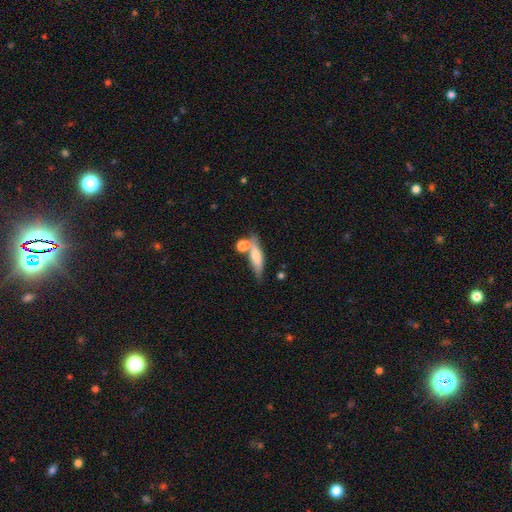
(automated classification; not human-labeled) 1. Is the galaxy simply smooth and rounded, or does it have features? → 65% smooth, 28% featured or disk, 7% star or artifact.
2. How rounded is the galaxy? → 57% cigar-shaped, 39% in between, 5% round.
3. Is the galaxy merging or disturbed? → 51% none, 28% merger, 15% minor disturbance, 6% major disturbance.